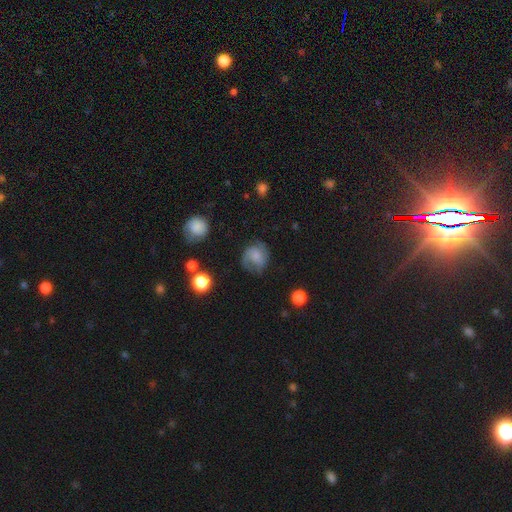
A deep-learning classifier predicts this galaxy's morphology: smooth-or-featured: featured or disk: 50% | smooth: 40% | star or artifact: 9%
  disk-edge-on: no: 97% | yes: 3%
  merging: none: 57% | minor disturbance: 24% | major disturbance: 17% | merger: 2%